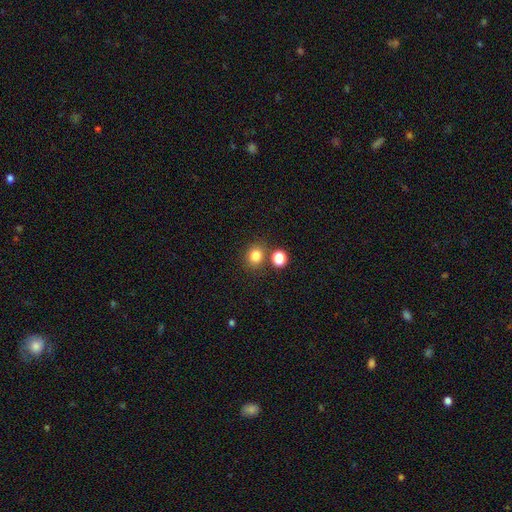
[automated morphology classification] type=smooth (81%); roundness=round (76%); merging=none (75%).